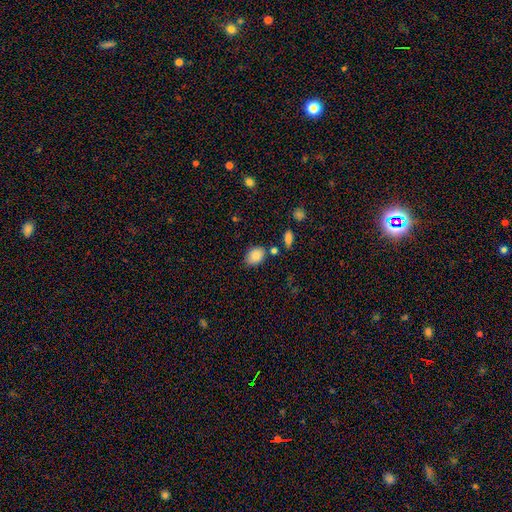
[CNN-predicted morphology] This is clearly a smooth galaxy (85%). How rounded: likely in between (74%). Merging: likely none (74%).